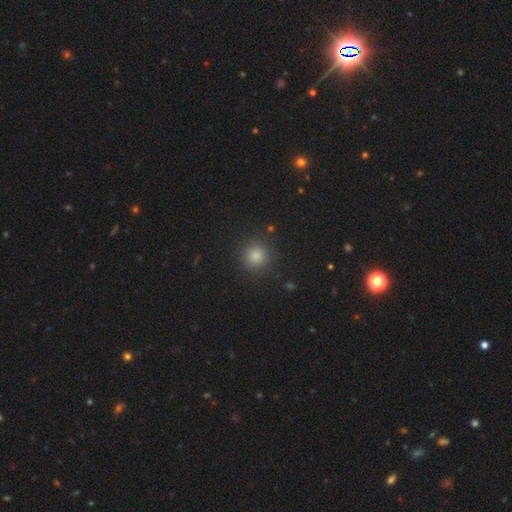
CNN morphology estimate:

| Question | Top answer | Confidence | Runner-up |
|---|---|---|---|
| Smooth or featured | smooth | 79% | star or artifact (16%) |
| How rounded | round | 94% | in between (5%) |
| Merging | none | 91% | minor disturbance (6%) |